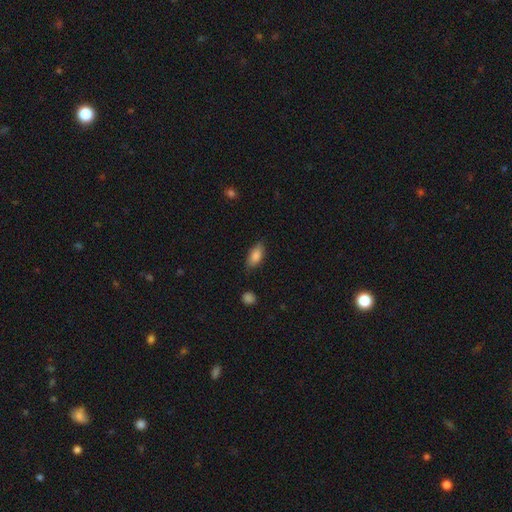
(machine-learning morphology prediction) smooth_or_featured: smooth (p=0.84) [alt: featured or disk p=0.09]
how_rounded: in between (p=0.86) [alt: cigar-shaped p=0.11]
merging: none (p=0.80) [alt: minor disturbance p=0.16]